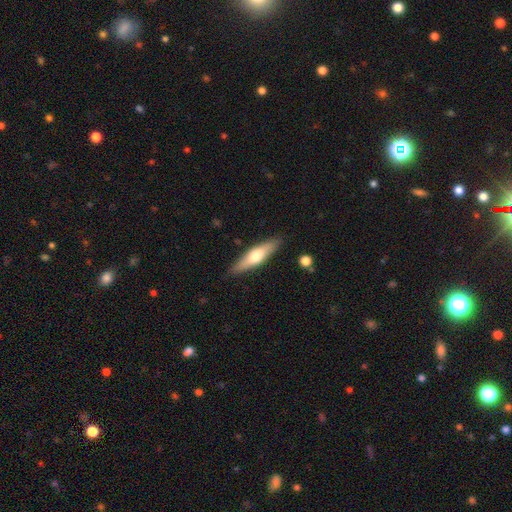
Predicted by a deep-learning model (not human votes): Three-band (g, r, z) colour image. It shows a smooth galaxy with no disk features (53%) that is cigar-shaped (69%). Merging: none (87%).